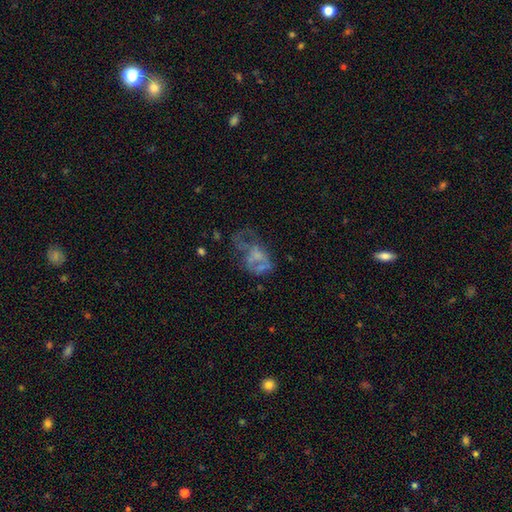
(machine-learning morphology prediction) Smooth or featured: featured or disk — 54% (smooth — 29%)
Edge-on disk: no — 97% (yes — 3%)
Bar: no — 87% (weak — 11%)
Spiral arms: no — 84% (yes — 16%)
Bulge size: none — 63% (small — 18%)
Merging: major disturbance — 46% (none — 26%)